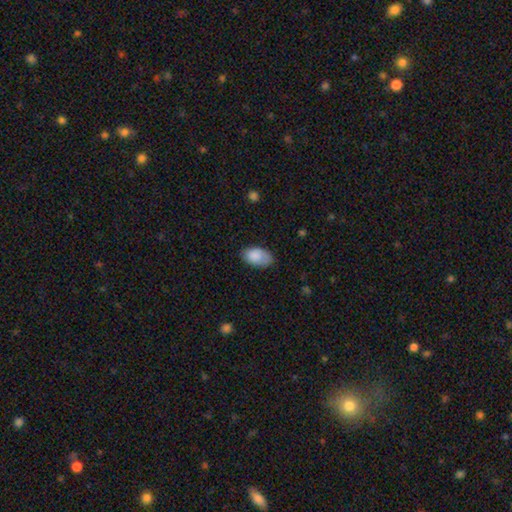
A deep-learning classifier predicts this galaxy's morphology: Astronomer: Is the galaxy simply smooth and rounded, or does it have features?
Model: smooth — 84%.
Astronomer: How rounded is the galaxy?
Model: in between — 93%.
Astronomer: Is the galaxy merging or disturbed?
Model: none — 71%.